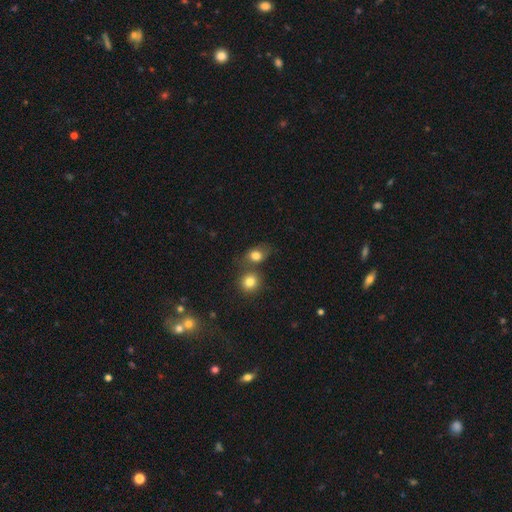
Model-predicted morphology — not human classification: smooth 79%, star or artifact 11%, featured or disk 9%. Down the decision tree: how rounded — round (49%, tied with in between); merging — none (51%).